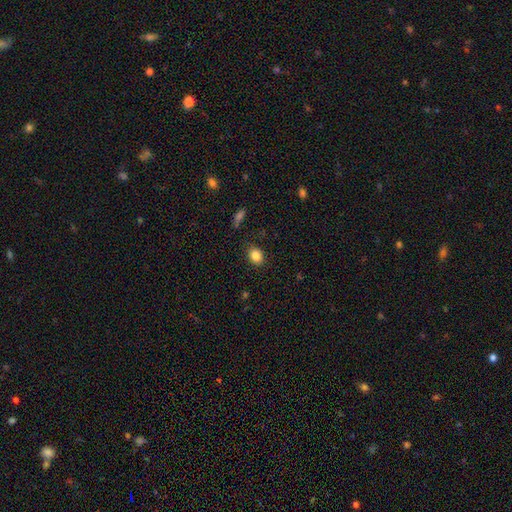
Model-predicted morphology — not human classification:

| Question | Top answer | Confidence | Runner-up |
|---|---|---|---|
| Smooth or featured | smooth | 84% | star or artifact (10%) |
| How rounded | in between | 54% | round (45%) |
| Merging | none | 85% | minor disturbance (11%) |